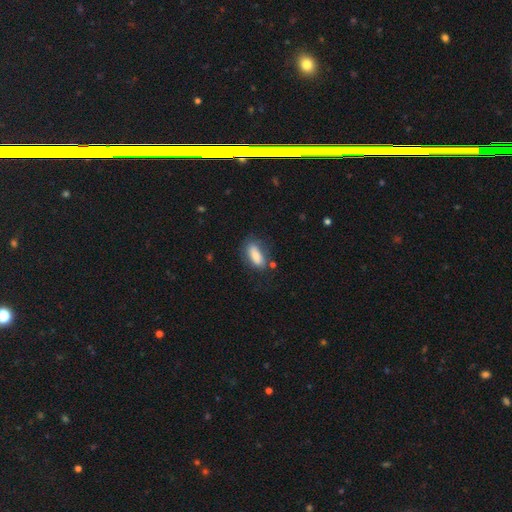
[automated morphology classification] This appears to be a smooth galaxy with no disk features (79%) that is in between round and cigar-shaped (77%). Merging: none (69%).